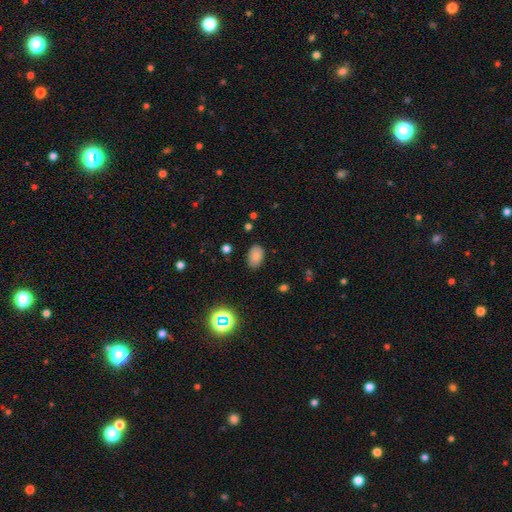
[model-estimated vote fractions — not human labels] smooth_or_featured: smooth (p=0.81) [alt: star or artifact p=0.12]
how_rounded: in between (p=0.88) [alt: round p=0.11]
merging: none (p=0.84) [alt: minor disturbance p=0.12]